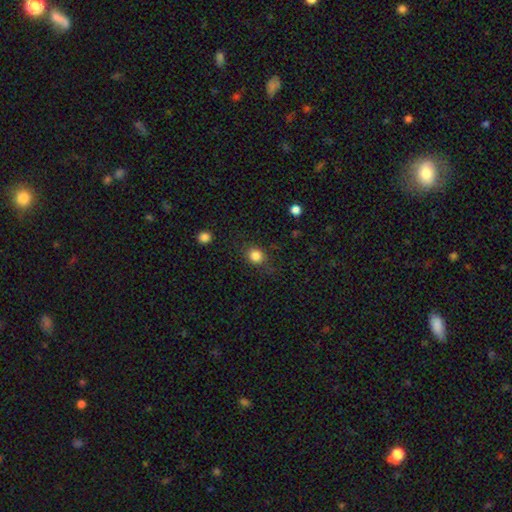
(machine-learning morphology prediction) Smooth or featured? Predicted: smooth (p=0.84). How rounded? Predicted: round (p=0.75). Merging? Predicted: none (p=0.79).